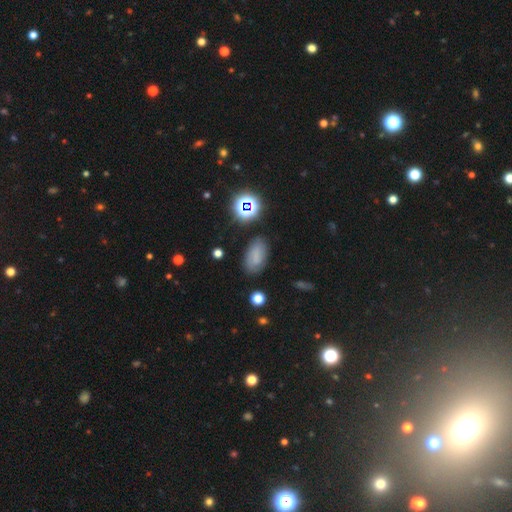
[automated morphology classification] Q: Smooth or featured?
A: smooth (71%); runner-up: star or artifact (16%)
Q: How rounded?
A: in between (91%); runner-up: round (6%)
Q: Merging?
A: none (78%); runner-up: minor disturbance (15%)